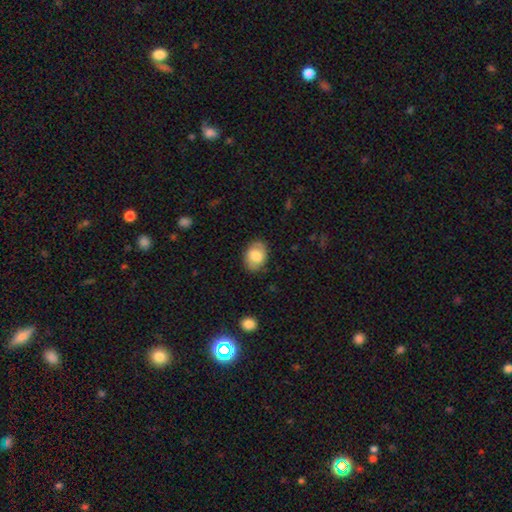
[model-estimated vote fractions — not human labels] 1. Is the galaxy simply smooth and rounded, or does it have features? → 66% smooth, 27% featured or disk, 7% star or artifact.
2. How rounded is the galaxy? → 74% in between, 25% round, 1% cigar-shaped.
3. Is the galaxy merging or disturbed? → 80% none, 15% minor disturbance, 4% major disturbance, 1% merger.